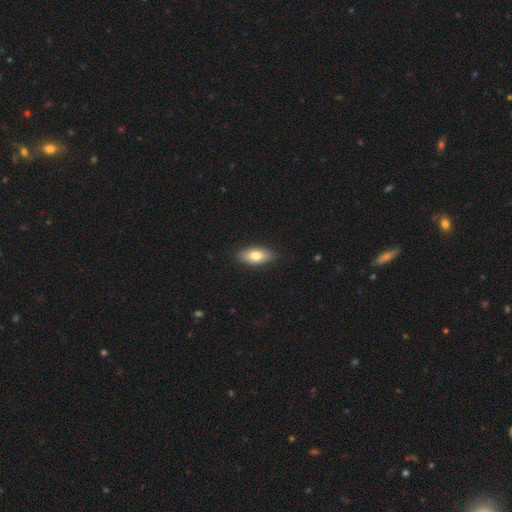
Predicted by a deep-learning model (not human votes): Overall: smooth (77%). How rounded: in between (87%). Merging: none (88%).